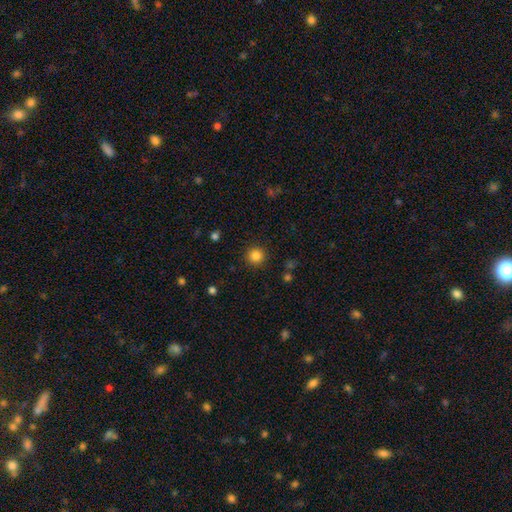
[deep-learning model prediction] Smooth or featured? smooth (84%)
How rounded? round (95%)
Merging? none (91%)